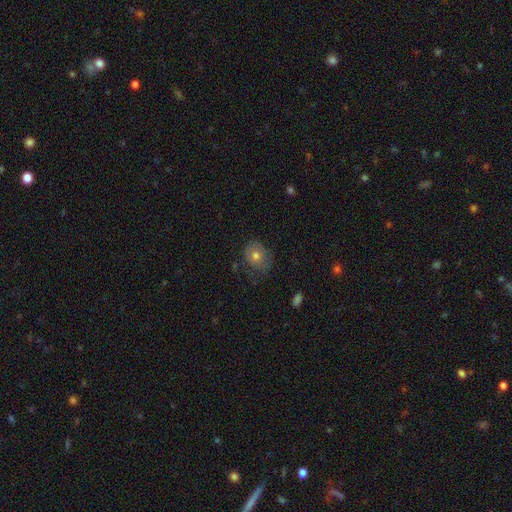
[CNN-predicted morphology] Smooth or featured? smooth (69%)
How rounded? round (63%)
Merging? none (60%)